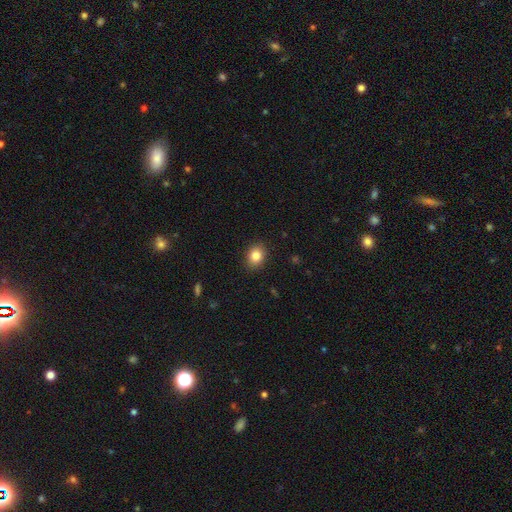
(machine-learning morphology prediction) smooth 84%, star or artifact 9%, featured or disk 6%. Down the decision tree: how rounded — in between (54%); merging — none (89%).